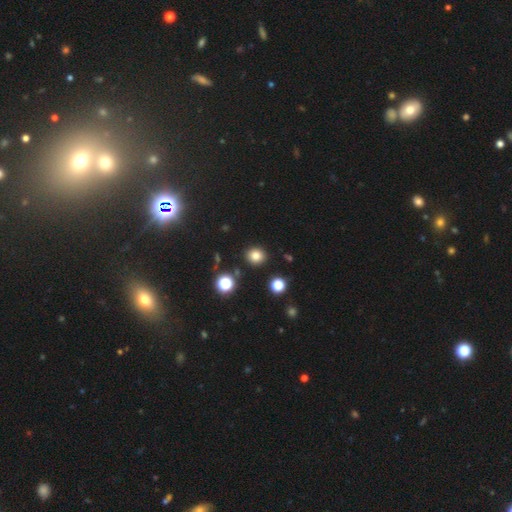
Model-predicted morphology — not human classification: This appears to be a smooth galaxy with no disk features (80%) that is round (84%). Merging: none (89%).